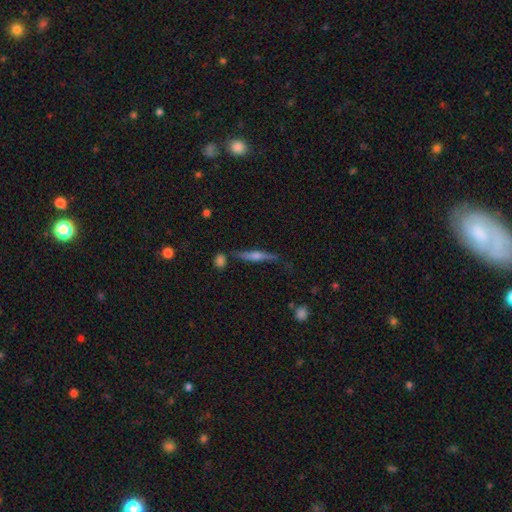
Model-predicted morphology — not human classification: Smooth or featured?
  - featured or disk: 67% *
  - smooth: 24%
  - star or artifact: 9%
Edge-on disk?
  - yes: 94% *
  - no: 6%
Edge-on bulge?
  - rounded: 80% *
  - boxy: 11%
  - none: 9%
Merging?
  - none: 72% *
  - minor disturbance: 17%
  - merger: 5%
  - major disturbance: 5%